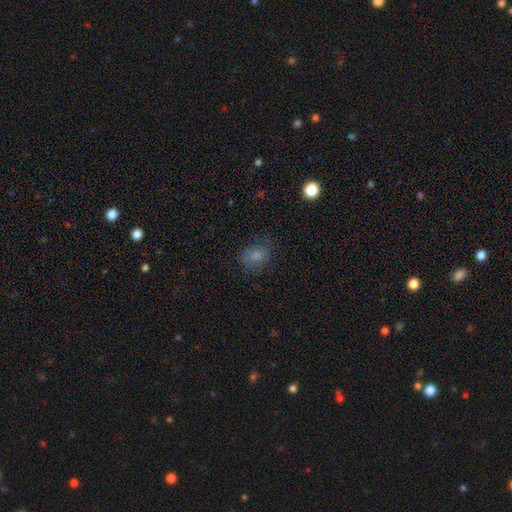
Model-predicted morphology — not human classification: smooth_or_featured: smooth (p=0.77) [alt: star or artifact p=0.14]
how_rounded: in between (p=0.55) [alt: round p=0.44]
merging: none (p=0.70) [alt: minor disturbance p=0.20]